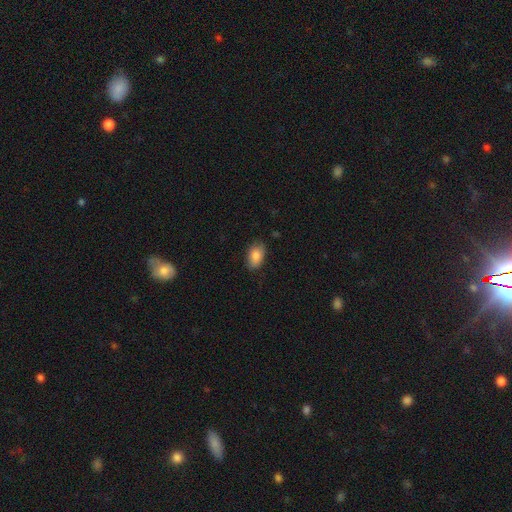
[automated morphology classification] type=smooth (87%); roundness=in between (90%); merging=none (81%).